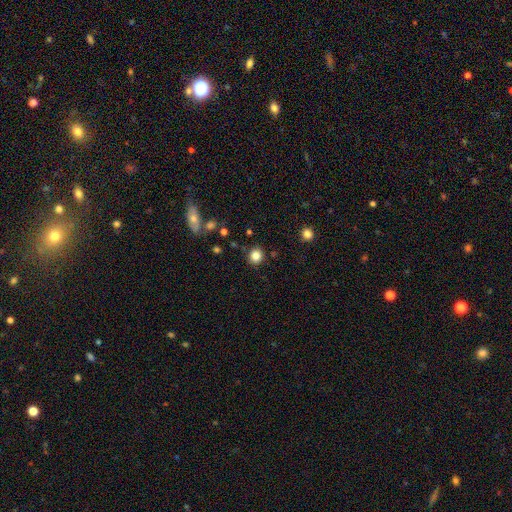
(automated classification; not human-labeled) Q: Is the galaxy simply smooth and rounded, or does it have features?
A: smooth — 83%.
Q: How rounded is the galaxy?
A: round — 84%.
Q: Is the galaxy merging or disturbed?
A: none — 87%.